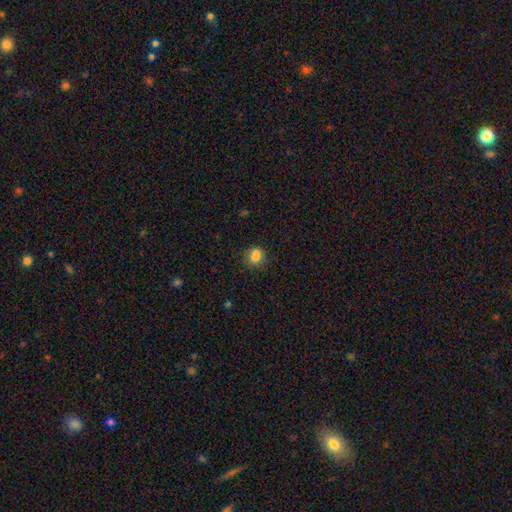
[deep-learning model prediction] A smooth galaxy with no disk features (83%) that is round (57%). Merging: none (77%).